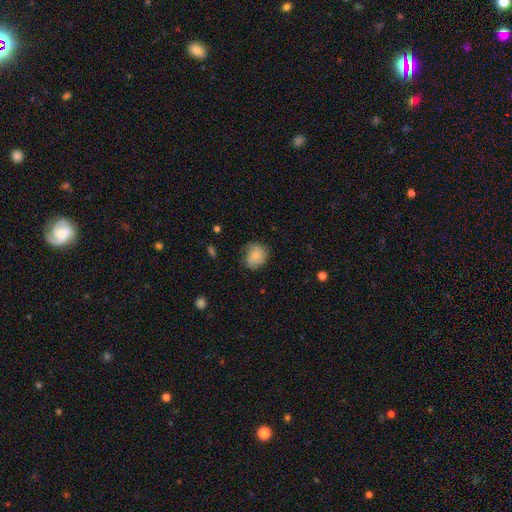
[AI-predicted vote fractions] smooth_or_featured: smooth (p=0.75) [alt: featured or disk p=0.17]
how_rounded: round (p=0.68) [alt: in between p=0.31]
merging: none (p=0.62) [alt: minor disturbance p=0.28]